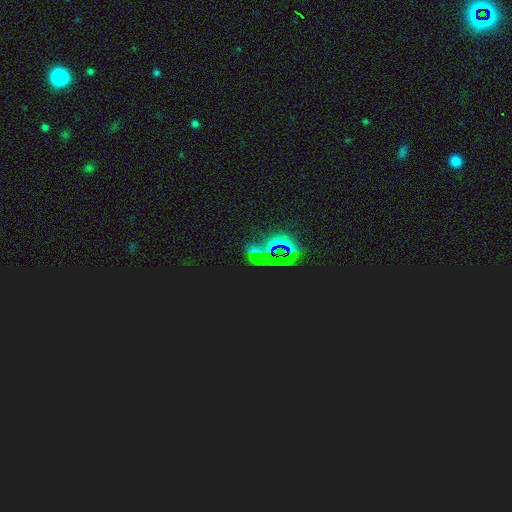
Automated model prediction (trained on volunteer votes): A star or artifact, not a galaxy (74%).

Vote fractions:
- Smooth or featured? star or artifact: 74% / smooth: 14% / featured or disk: 12%